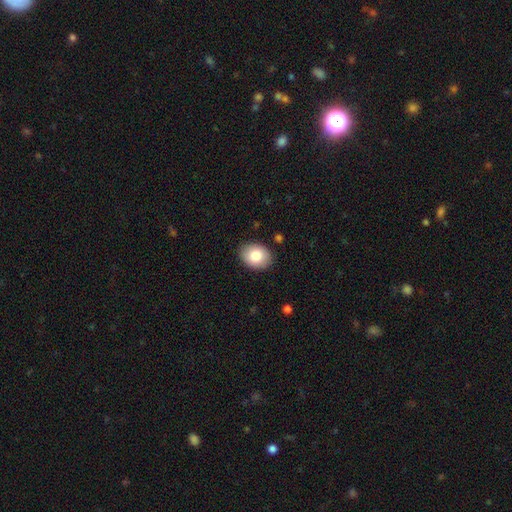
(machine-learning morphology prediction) type=smooth (83%); roundness=in between (68%); merging=none (88%).